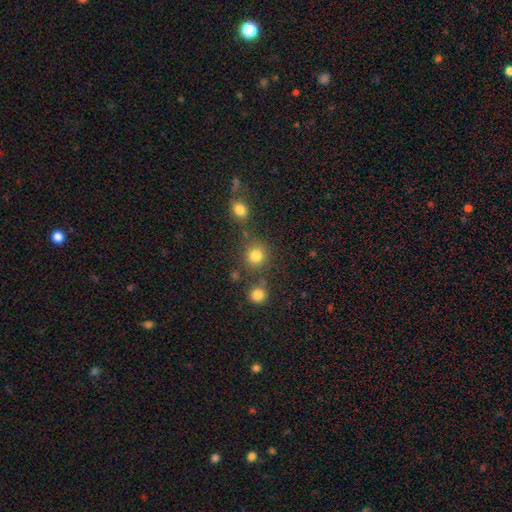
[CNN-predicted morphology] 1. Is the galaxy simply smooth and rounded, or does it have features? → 82% smooth, 13% star or artifact, 5% featured or disk.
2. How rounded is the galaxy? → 89% round, 10% in between, 1% cigar-shaped.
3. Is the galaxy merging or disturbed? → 75% none, 11% merger, 9% minor disturbance, 4% major disturbance.